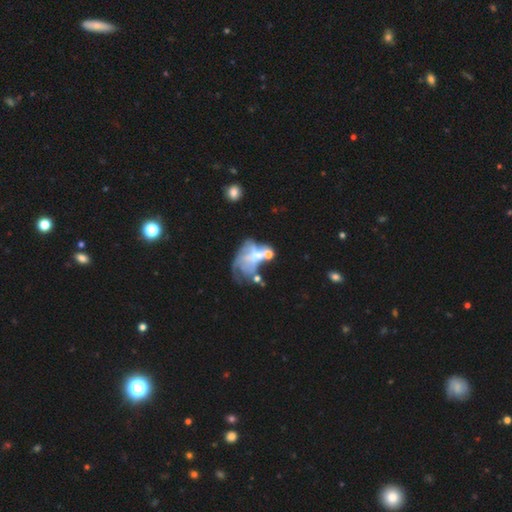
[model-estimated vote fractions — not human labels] The model was most divided on "merging": major disturbance: 41%, merger: 26%, none: 19%, minor disturbance: 14%. Remaining: edge-on disk — no (97%); bar — no (82%); spiral arms — no (73%); smooth or featured — featured or disk (63%); bulge size — none (44%).